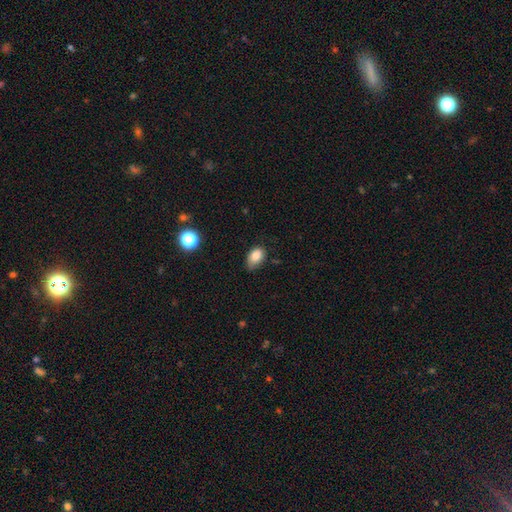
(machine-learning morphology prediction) smooth-or-featured: smooth: 83% | star or artifact: 9% | featured or disk: 8%
  how-rounded: in between: 85% | round: 14% | cigar-shaped: 1%
  merging: none: 59% | minor disturbance: 33% | major disturbance: 6% | merger: 2%